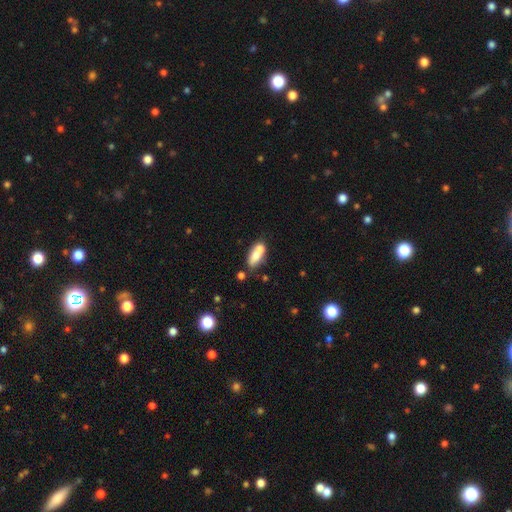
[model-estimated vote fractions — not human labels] A smooth galaxy with no disk features (71%) that is in between round and cigar-shaped (73%). Merging: none (42%).